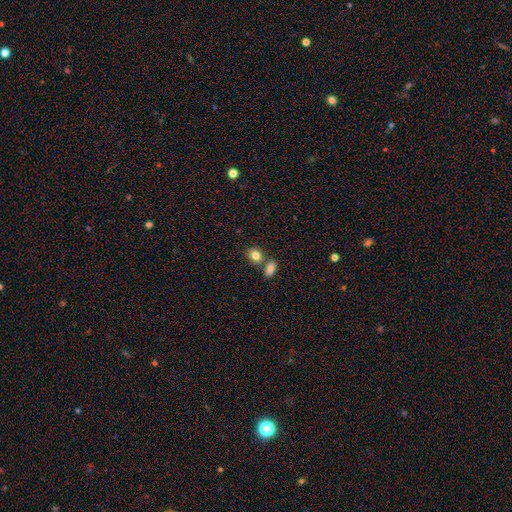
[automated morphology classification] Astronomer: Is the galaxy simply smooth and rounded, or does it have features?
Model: smooth — 83%.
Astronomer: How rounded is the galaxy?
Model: in between — 64%.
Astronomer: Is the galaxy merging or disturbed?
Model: none — 55% (runner-up: merger, 32%).